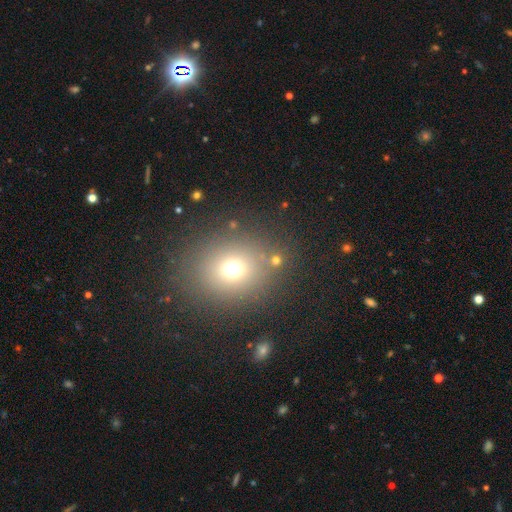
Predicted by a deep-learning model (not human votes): Q: Smooth or featured?
A: smooth (64%); runner-up: star or artifact (26%)
Q: How rounded?
A: round (68%); runner-up: in between (31%)
Q: Merging?
A: none (85%); runner-up: minor disturbance (8%)